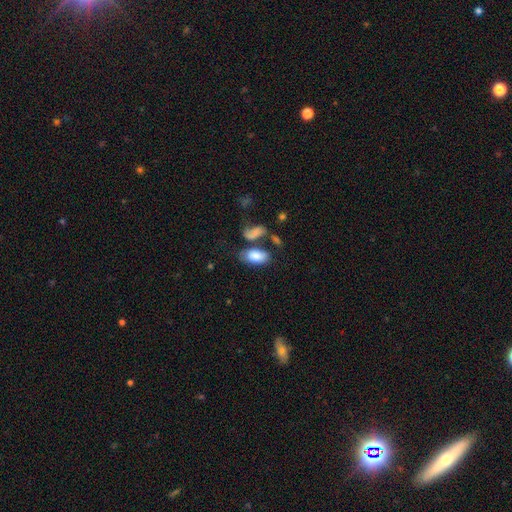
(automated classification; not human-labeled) This appears to be a smooth galaxy with no disk features (81%) that is in between round and cigar-shaped (93%). Merging: none (49%).